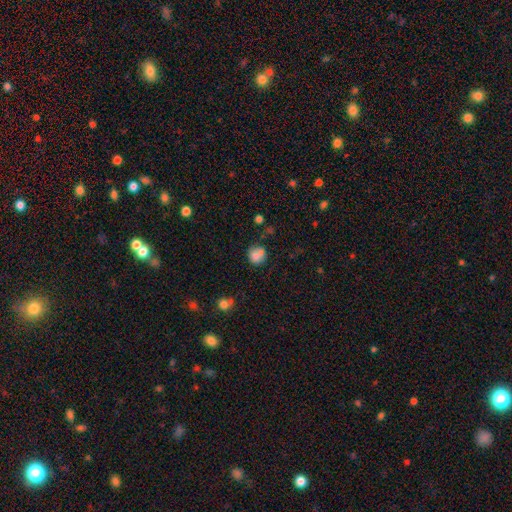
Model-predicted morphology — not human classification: Smooth or featured?
  - smooth: 75% *
  - featured or disk: 15%
  - star or artifact: 10%
How rounded?
  - round: 83% *
  - in between: 16%
  - cigar-shaped: 1%
Merging?
  - none: 50% *
  - merger: 28%
  - minor disturbance: 17%
  - major disturbance: 6%